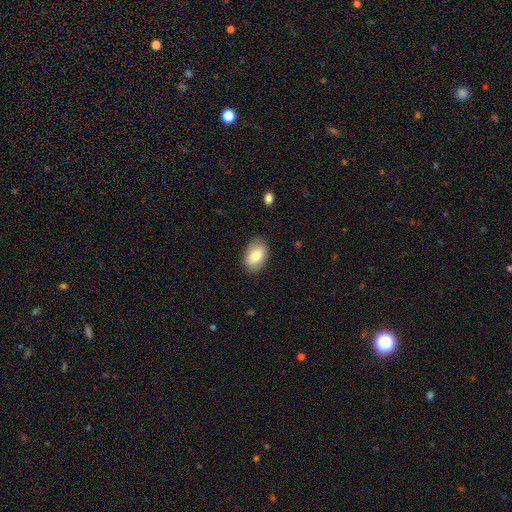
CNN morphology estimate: This is clearly a smooth galaxy (80%). How rounded: clearly in between (88%). Merging: clearly none (85%).